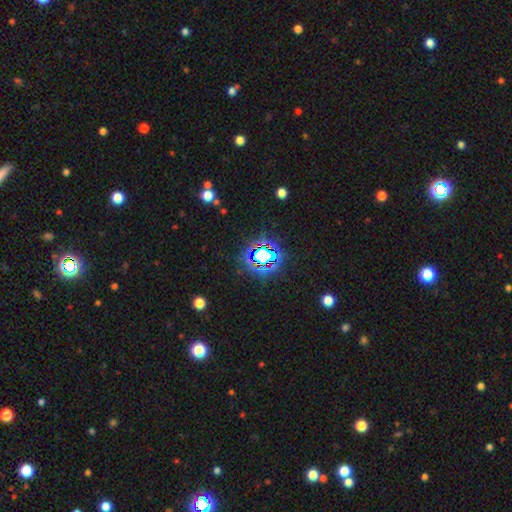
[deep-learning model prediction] star or artifact 71%, smooth 18%, featured or disk 11%.